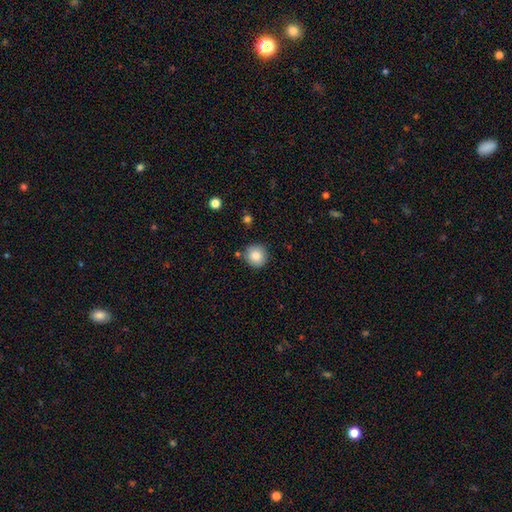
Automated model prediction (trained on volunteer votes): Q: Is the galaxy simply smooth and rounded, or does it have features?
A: smooth — 84%.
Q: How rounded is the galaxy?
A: round — 93%.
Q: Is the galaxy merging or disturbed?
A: none — 86%.